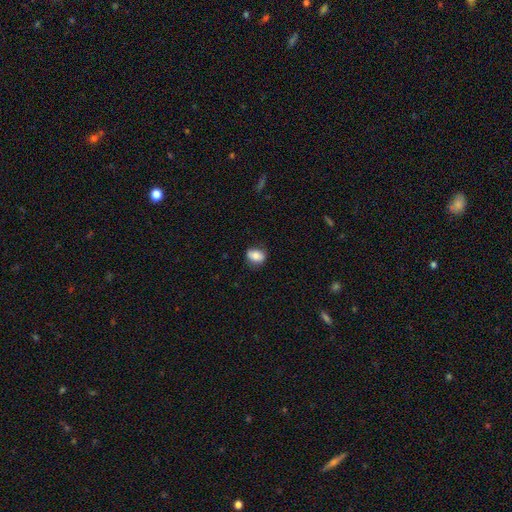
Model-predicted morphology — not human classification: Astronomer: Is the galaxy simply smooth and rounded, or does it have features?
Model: smooth — 76%.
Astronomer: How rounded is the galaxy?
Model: in between — 61% (runner-up: round, 37%).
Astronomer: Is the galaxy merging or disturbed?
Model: none — 77%.